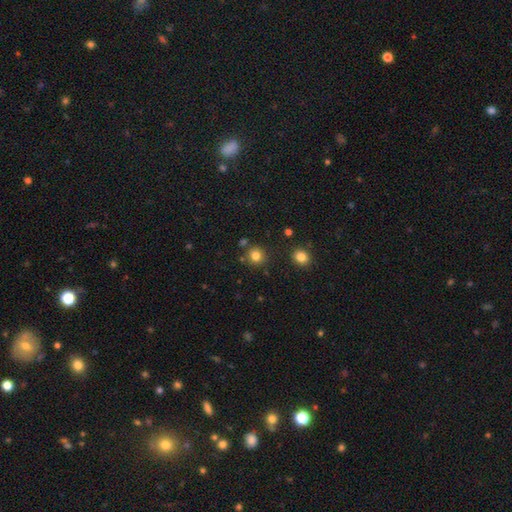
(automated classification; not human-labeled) The model was most divided on "smooth or featured": smooth: 81%, star or artifact: 13%, featured or disk: 6%. More confident: how rounded — round (91%); merging — none (84%).